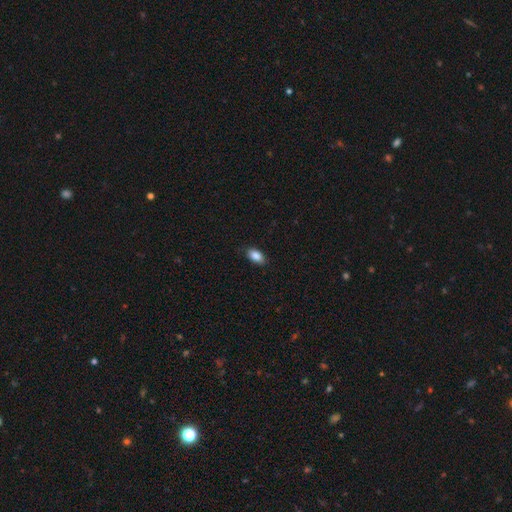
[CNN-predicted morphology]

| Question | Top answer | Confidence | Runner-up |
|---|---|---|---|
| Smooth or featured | smooth | 87% | star or artifact (8%) |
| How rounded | in between | 91% | round (6%) |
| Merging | none | 85% | minor disturbance (12%) |